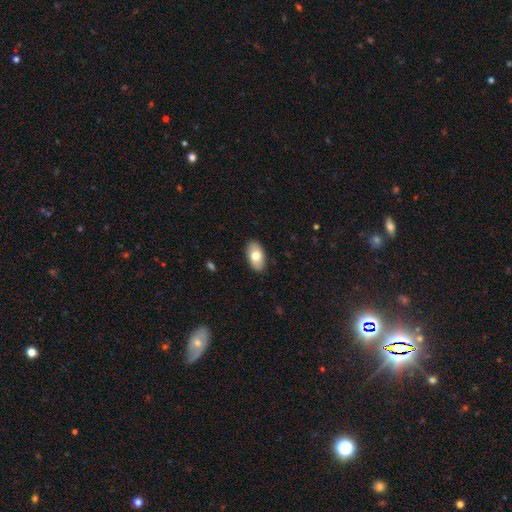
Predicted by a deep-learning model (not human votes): Smooth or featured: smooth — 76% (featured or disk — 18%)
How rounded: in between — 94% (round — 4%)
Merging: none — 89% (minor disturbance — 9%)